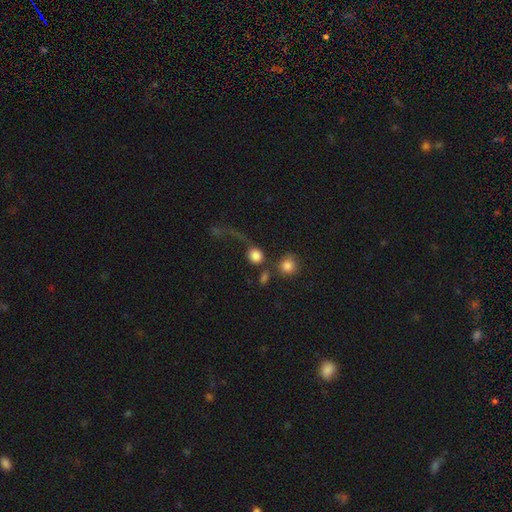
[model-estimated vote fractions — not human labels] A smooth galaxy with no disk features (78%) that is round (84%).

Vote fractions:
- Smooth or featured? smooth: 78% / featured or disk: 12% / star or artifact: 10%
- How rounded? round: 84% / in between: 14% / cigar-shaped: 2%
- Merging? none: 37% / major disturbance: 28% / merger: 22% / minor disturbance: 13%